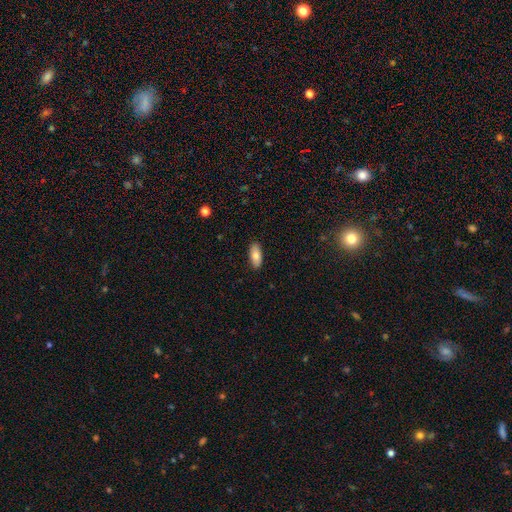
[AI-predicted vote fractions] Smooth or featured?
  - smooth: 80% *
  - featured or disk: 14%
  - star or artifact: 6%
How rounded?
  - in between: 85% *
  - cigar-shaped: 13%
  - round: 2%
Merging?
  - none: 89% *
  - minor disturbance: 8%
  - major disturbance: 2%
  - merger: 1%